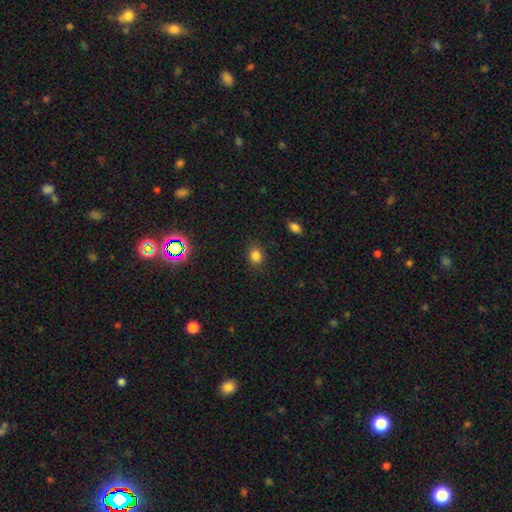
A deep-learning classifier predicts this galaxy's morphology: This is clearly a smooth galaxy (82%). How rounded: likely round (63%). Merging: clearly none (85%).